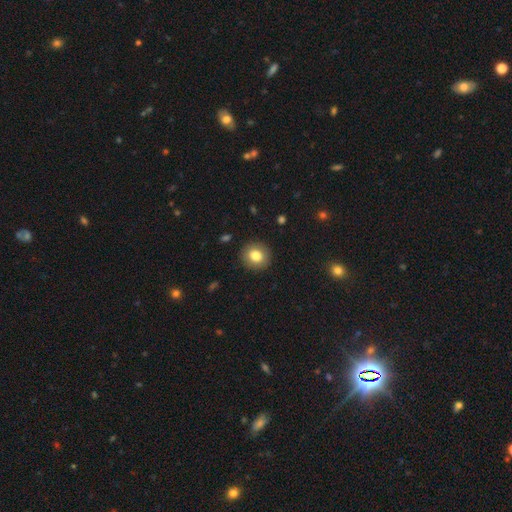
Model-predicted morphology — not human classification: This is clearly a smooth galaxy (81%). How rounded: clearly round (85%). Merging: clearly none (91%).